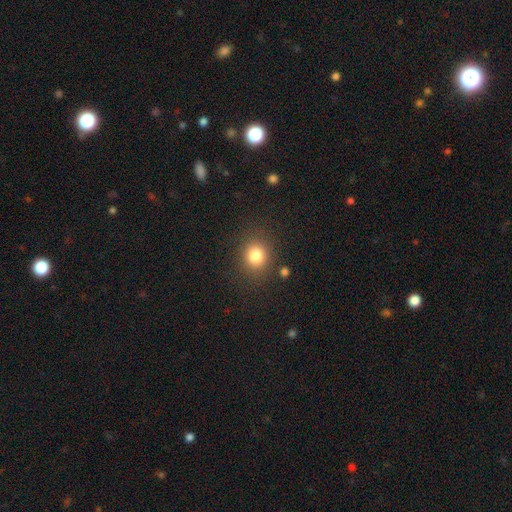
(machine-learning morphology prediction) A smooth galaxy with no disk features (81%) that is round (79%). Merging: none (85%).